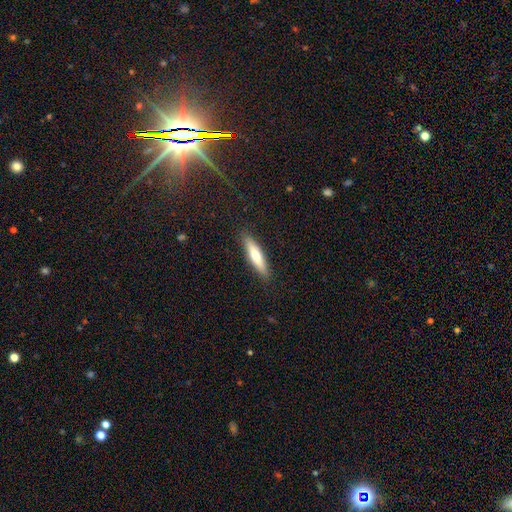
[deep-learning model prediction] smooth_or_featured: smooth (p=0.62) [alt: featured or disk p=0.32]
how_rounded: cigar-shaped (p=0.76) [alt: in between p=0.22]
merging: none (p=0.89) [alt: minor disturbance p=0.08]